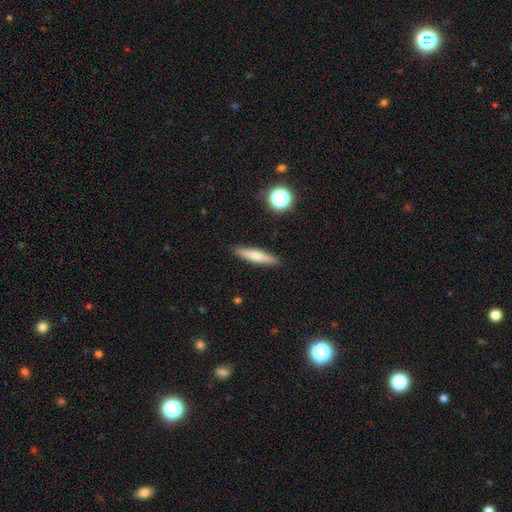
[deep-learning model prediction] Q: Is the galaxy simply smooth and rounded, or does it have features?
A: smooth — 56%.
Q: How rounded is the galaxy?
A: cigar-shaped — 85%.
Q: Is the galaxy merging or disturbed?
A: none — 90%.